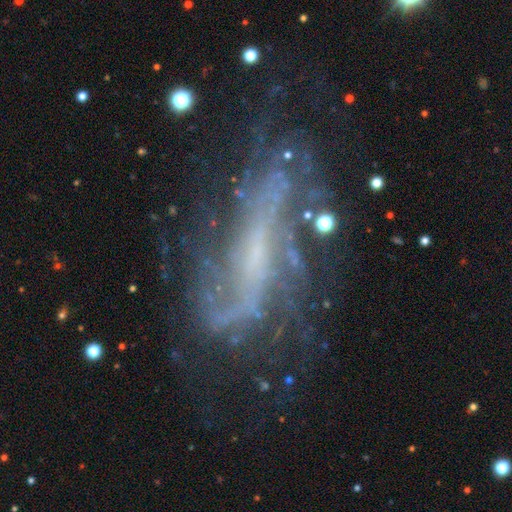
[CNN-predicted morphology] Overall: featured or disk (77%). Edge-on disk: no (81%). Bar: no (35%, tied with weak). Spiral arms: yes (82%). Spiral arm count: 2 (43%; can't tell 34%). Spiral winding: loose (45%; medium 33%). Bulge size: small (43%; none 41%). Merging: none (55%; minor disturbance 21%).